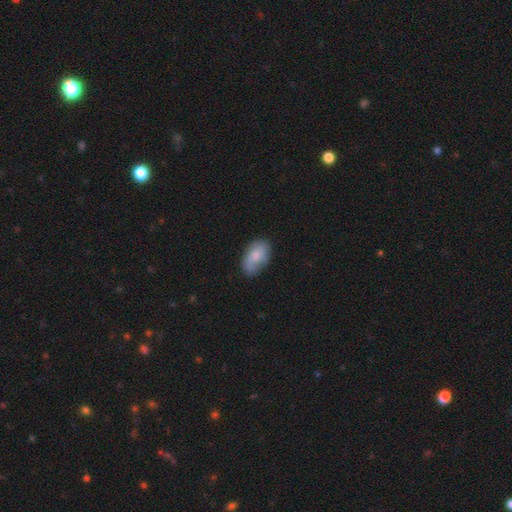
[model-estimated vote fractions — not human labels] Smooth or featured?
  - smooth: 67% *
  - featured or disk: 26%
  - star or artifact: 7%
How rounded?
  - in between: 92% *
  - round: 6%
  - cigar-shaped: 2%
Merging?
  - none: 67% *
  - minor disturbance: 25%
  - major disturbance: 6%
  - merger: 2%